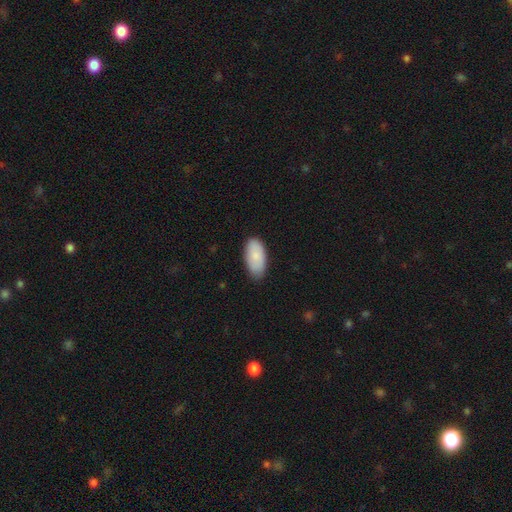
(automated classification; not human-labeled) The model was most divided on "merging": none: 80%, minor disturbance: 16%, major disturbance: 2%, merger: 1%. More confident: how rounded — in between (94%); smooth or featured — smooth (85%).